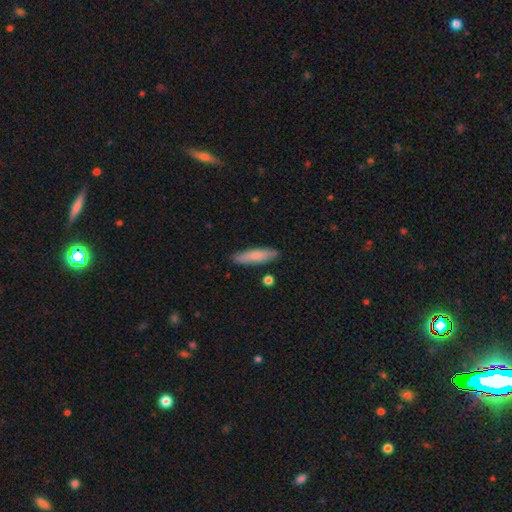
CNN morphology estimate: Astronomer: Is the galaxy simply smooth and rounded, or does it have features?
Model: smooth — 78%.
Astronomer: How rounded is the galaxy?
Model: cigar-shaped — 76%.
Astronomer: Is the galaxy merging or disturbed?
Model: none — 85%.